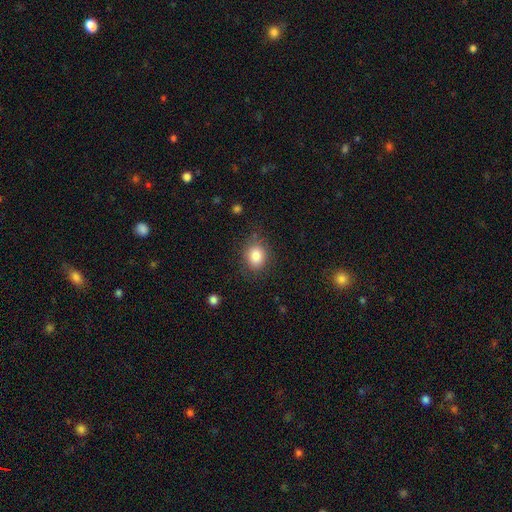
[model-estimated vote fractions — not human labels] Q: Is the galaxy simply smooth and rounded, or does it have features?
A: smooth — 85%.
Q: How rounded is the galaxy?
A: round — 52%.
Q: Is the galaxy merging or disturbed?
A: none — 79%.